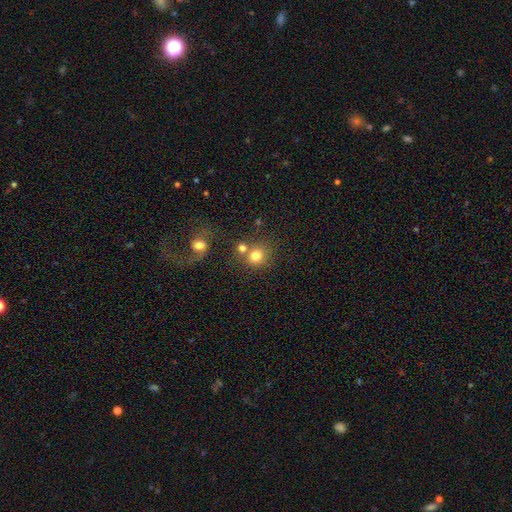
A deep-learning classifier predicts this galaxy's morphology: Overall: smooth (78%). How rounded: round (84%). Merging: none (58%; merger 29%).